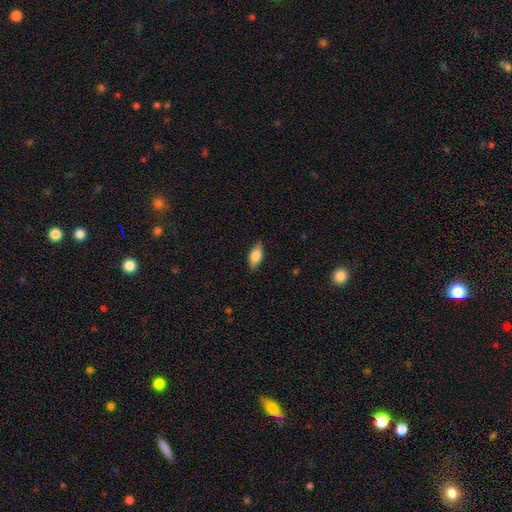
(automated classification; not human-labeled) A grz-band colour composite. It shows a smooth galaxy with no disk features (77%) that is in between round and cigar-shaped (86%). Merging: none (86%).